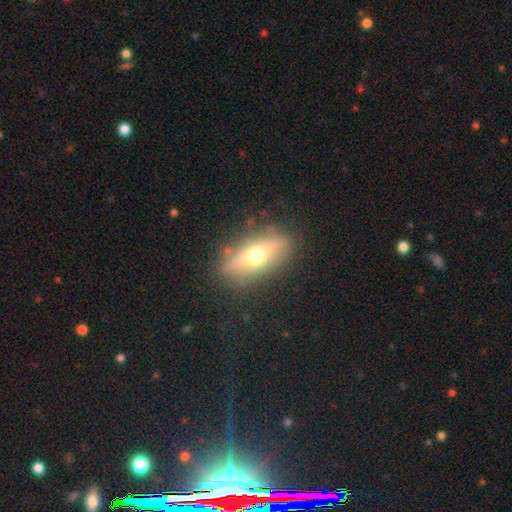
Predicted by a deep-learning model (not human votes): smooth_or_featured: featured or disk (p=0.49) [alt: smooth p=0.43]
merging: none (p=0.84) [alt: minor disturbance p=0.11]